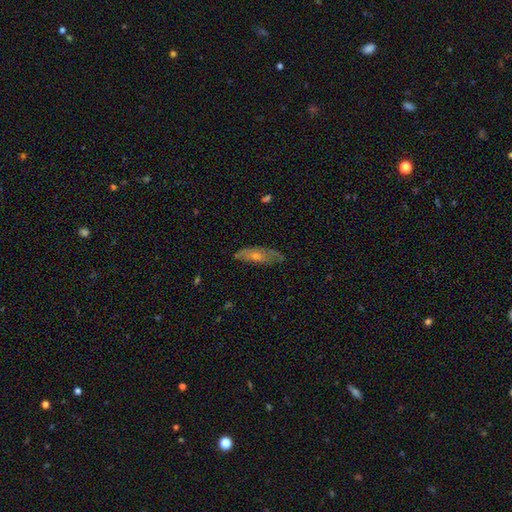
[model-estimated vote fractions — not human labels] smooth-or-featured: featured or disk: 47% | smooth: 45% | star or artifact: 7%
  merging: none: 69% | minor disturbance: 23% | major disturbance: 6% | merger: 2%